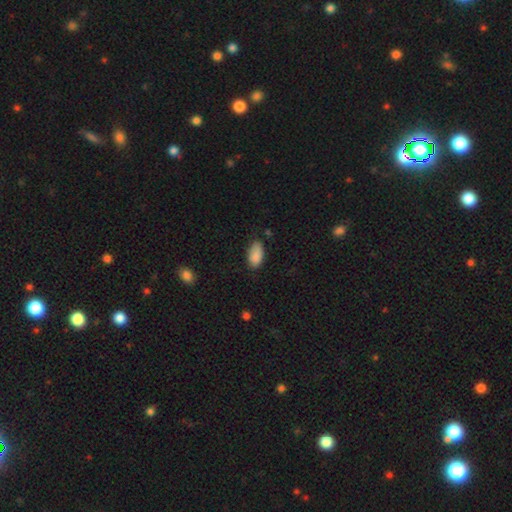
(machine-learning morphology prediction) smooth_or_featured: smooth (p=0.88) [alt: star or artifact p=0.07]
how_rounded: in between (p=0.94) [alt: cigar-shaped p=0.03]
merging: none (p=0.70) [alt: minor disturbance p=0.24]